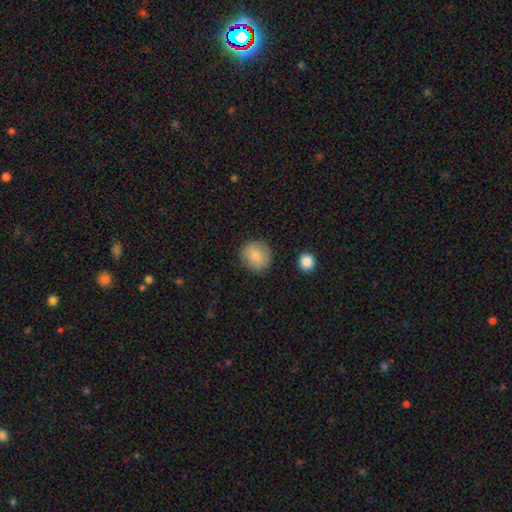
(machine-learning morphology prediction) smooth_or_featured: smooth (p=0.82) [alt: featured or disk p=0.10]
how_rounded: round (p=0.87) [alt: in between p=0.12]
merging: none (p=0.86) [alt: minor disturbance p=0.10]